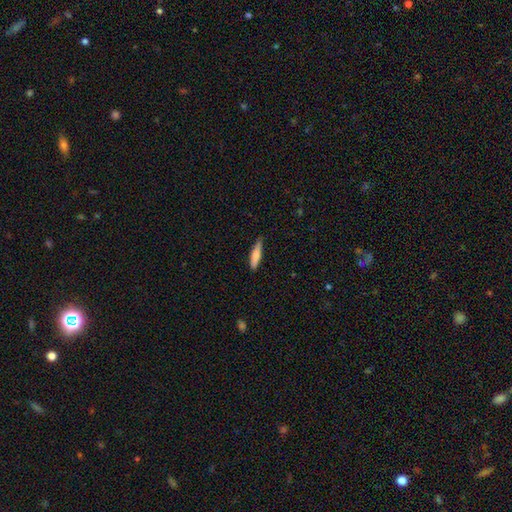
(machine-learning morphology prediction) Smooth or featured? Predicted: smooth (p=0.75). How rounded? Predicted: cigar-shaped (p=0.80). Merging? Predicted: none (p=0.78).